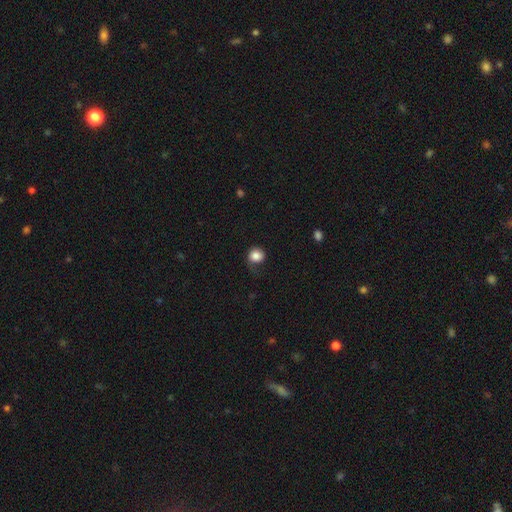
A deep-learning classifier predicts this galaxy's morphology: smooth_or_featured: smooth (p=0.83) [alt: star or artifact p=0.09]
how_rounded: round (p=0.84) [alt: in between p=0.15]
merging: none (p=0.55) [alt: minor disturbance p=0.25]